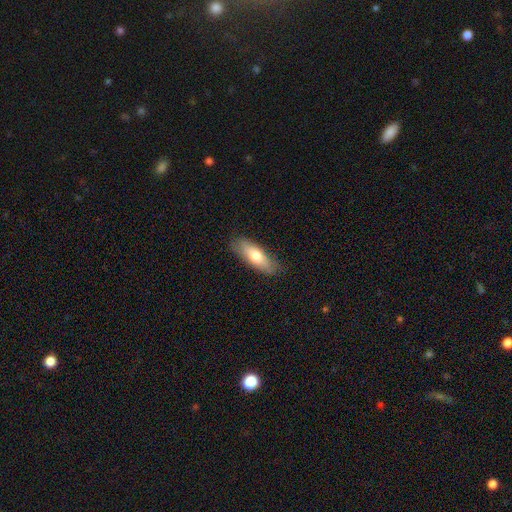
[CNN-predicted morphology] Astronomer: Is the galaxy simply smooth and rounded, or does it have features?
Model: smooth — 71%.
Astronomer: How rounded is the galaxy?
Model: in between — 61% (runner-up: cigar-shaped, 37%).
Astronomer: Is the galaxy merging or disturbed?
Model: none — 82%.